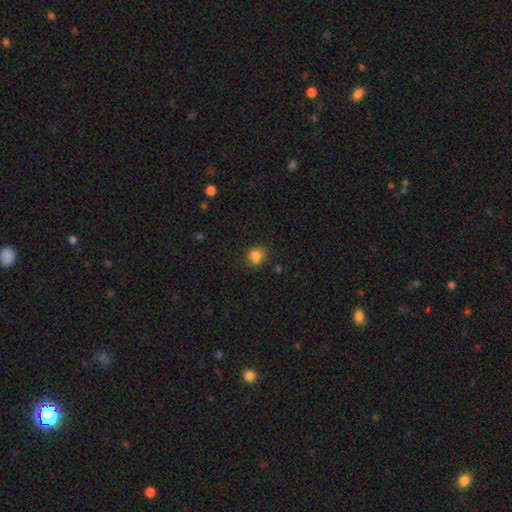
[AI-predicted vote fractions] Smooth or featured? smooth (83%)
How rounded? round (72%)
Merging? none (73%)